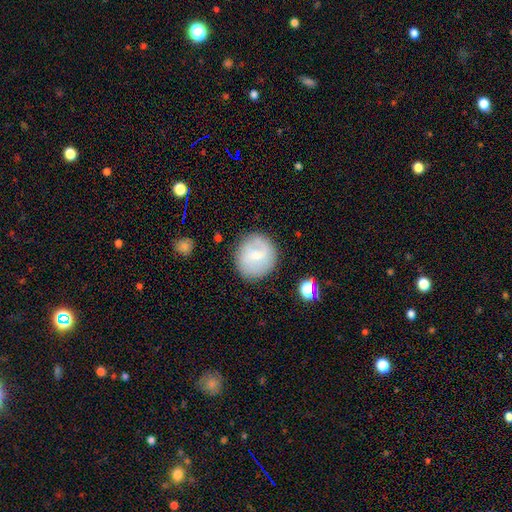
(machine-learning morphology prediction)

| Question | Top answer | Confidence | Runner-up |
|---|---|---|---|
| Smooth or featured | smooth | 55% | featured or disk (37%) |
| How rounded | round | 91% | in between (8%) |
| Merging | none | 83% | minor disturbance (11%) |